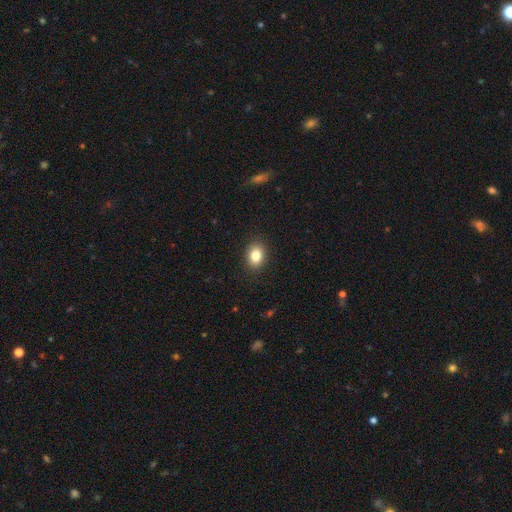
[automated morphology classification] This appears to be a smooth galaxy with no disk features (84%) that is in between round and cigar-shaped (66%). Merging: none (89%).